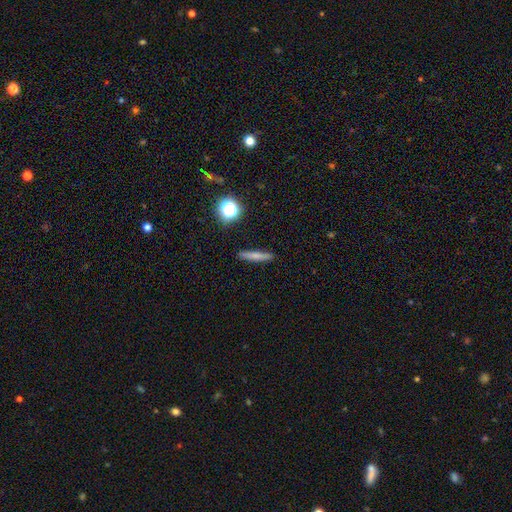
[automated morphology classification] Smooth or featured? Predicted: smooth (p=0.71). How rounded? Predicted: cigar-shaped (p=0.89). Merging? Predicted: none (p=0.88).